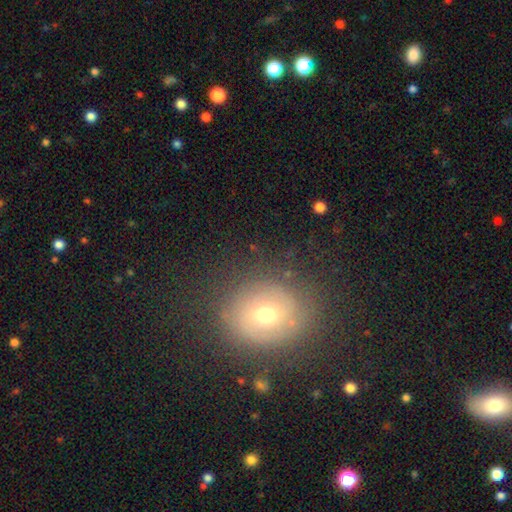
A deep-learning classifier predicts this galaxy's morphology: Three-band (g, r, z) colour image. It shows a smooth galaxy with no disk features (48%). Merging: none (83%).